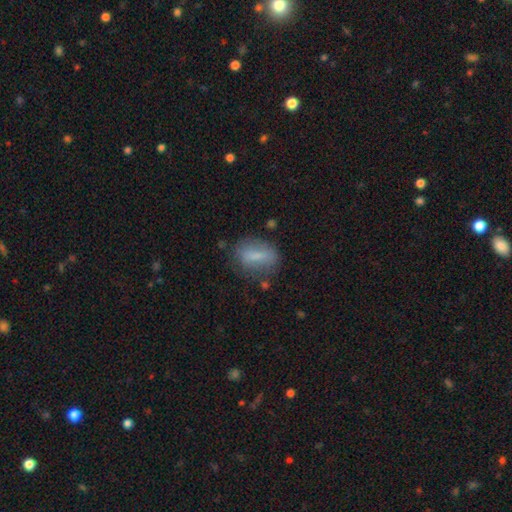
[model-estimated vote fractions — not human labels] smooth 68%, featured or disk 24%, star or artifact 8%. Down the decision tree: how rounded — in between (72%); merging — none (68%).